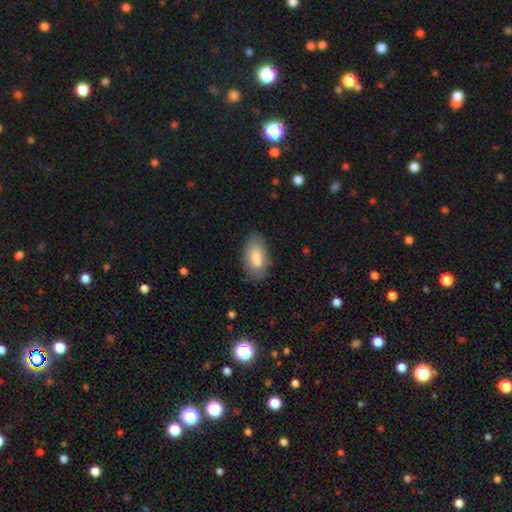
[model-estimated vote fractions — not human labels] Overall: smooth (75%). How rounded: in between (92%). Merging: none (76%).